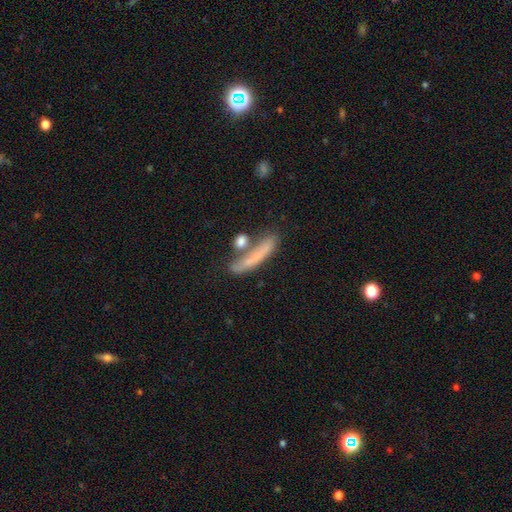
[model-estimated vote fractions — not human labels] The model was most divided on "merging": none: 54%, merger: 20%, minor disturbance: 17%, major disturbance: 9%. More confident: how rounded — cigar-shaped (84%); smooth or featured — smooth (65%).